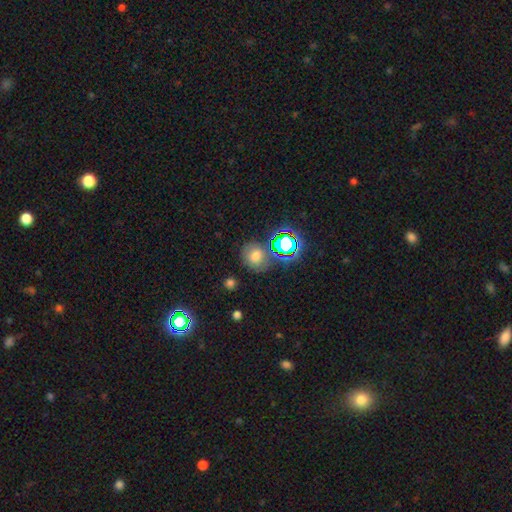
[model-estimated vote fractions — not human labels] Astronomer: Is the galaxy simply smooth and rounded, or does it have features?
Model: smooth — 64%.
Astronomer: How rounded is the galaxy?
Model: round — 73%.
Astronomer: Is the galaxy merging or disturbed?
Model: none — 74%.